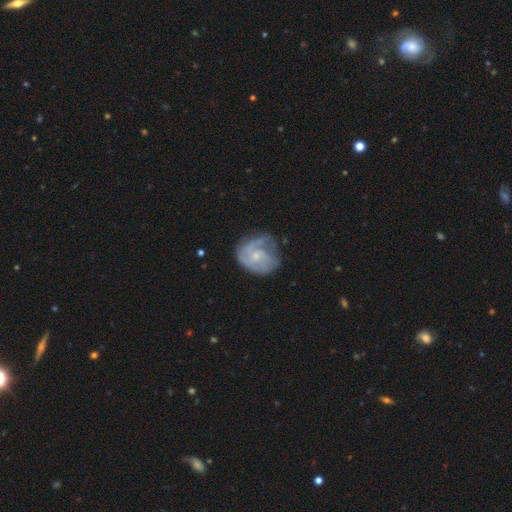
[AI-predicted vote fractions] This is likely a featured or disk galaxy (76%). It is clearly not viewed edge-on (98%). Bar: likely no (70%). Spiral arm pattern: clearly yes (90%). Spiral arm count: marginally 2 (31%). Spiral winding: possibly tight (51%). Central bulge: likely small (68%). Merging: possibly none (54%).